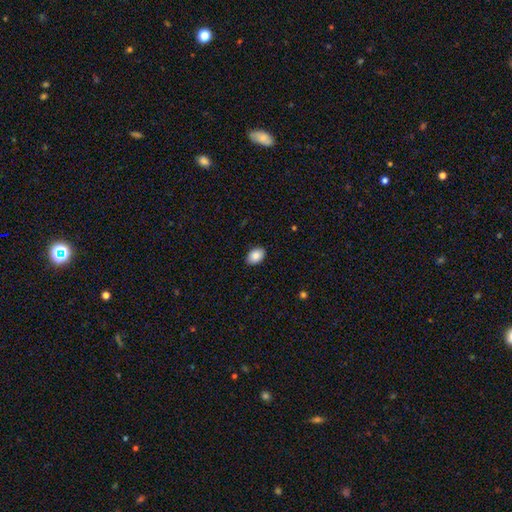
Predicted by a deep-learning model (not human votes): The model was most divided on "how rounded": in between: 84%, round: 14%, cigar-shaped: 1%. More confident: merging — none (89%); smooth or featured — smooth (88%).